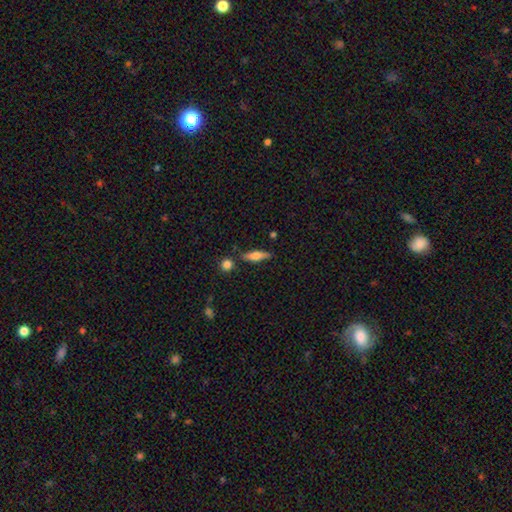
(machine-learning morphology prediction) This is possibly a smooth galaxy (58%). How rounded: likely cigar-shaped (62%). Merging: likely none (77%).